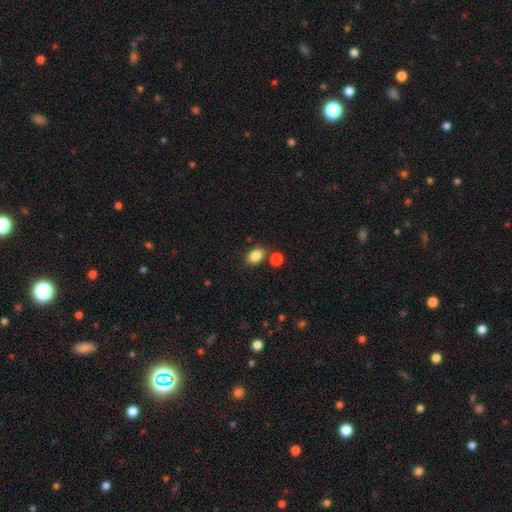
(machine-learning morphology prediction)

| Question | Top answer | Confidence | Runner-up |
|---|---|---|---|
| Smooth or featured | smooth | 86% | star or artifact (9%) |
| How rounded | in between | 80% | round (19%) |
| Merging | none | 72% | merger (13%) |